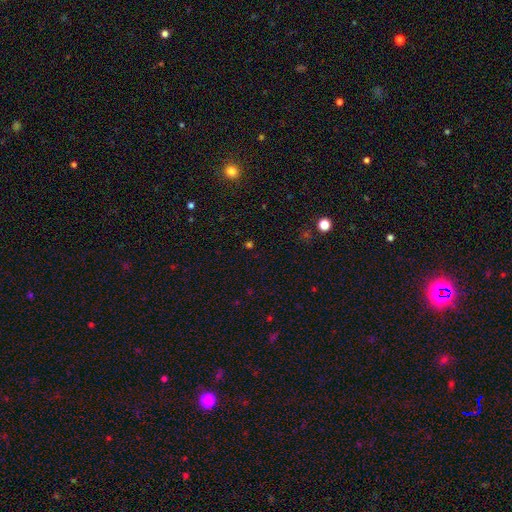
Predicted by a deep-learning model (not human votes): The model was most divided on "smooth or featured": star or artifact: 52%, smooth: 42%, featured or disk: 6%.